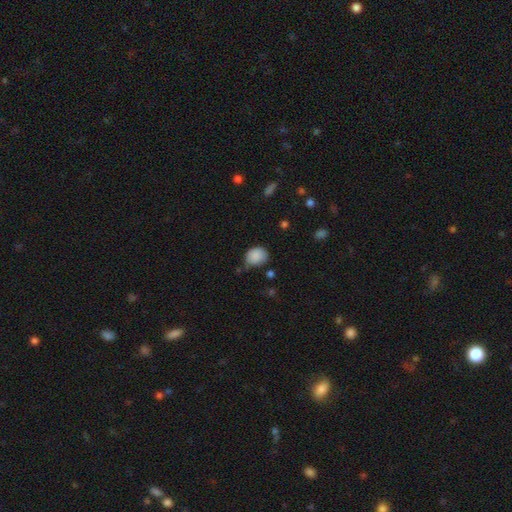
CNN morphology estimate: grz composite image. It shows a smooth galaxy with no disk features (86%) that is round (56%). Merging: none (58%).